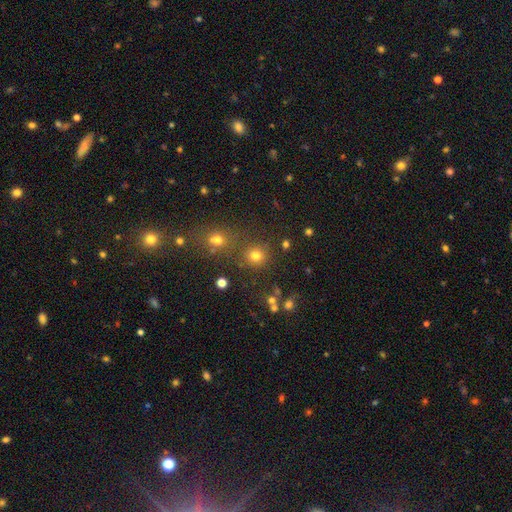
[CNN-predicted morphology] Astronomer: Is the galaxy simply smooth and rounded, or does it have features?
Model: smooth — 76%.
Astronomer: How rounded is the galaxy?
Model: round — 91%.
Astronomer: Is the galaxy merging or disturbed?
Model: none — 78%.